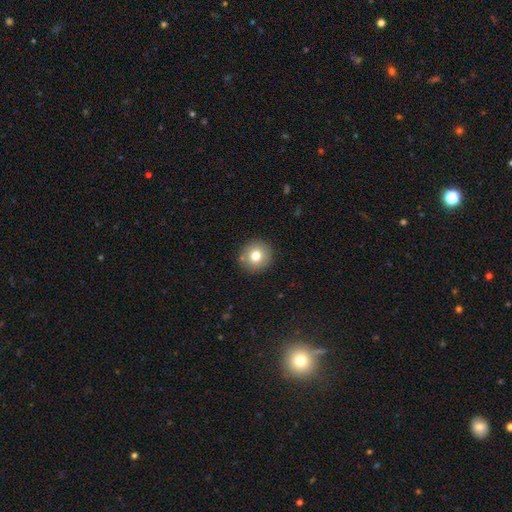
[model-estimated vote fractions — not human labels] Smooth or featured? smooth (76%)
How rounded? round (93%)
Merging? none (88%)